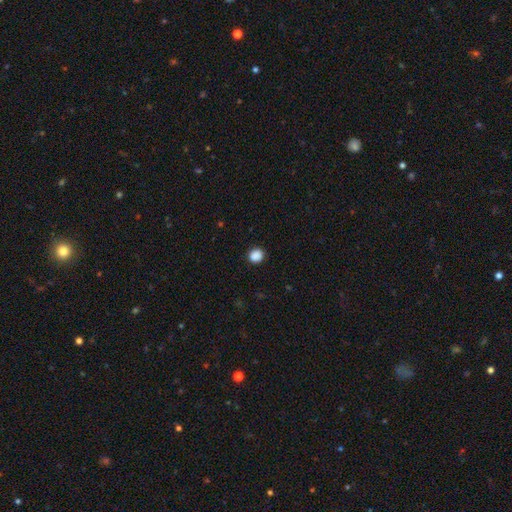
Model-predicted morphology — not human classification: smooth 87%, star or artifact 10%, featured or disk 3%. Down the decision tree: how rounded — round (83%); merging — none (89%).